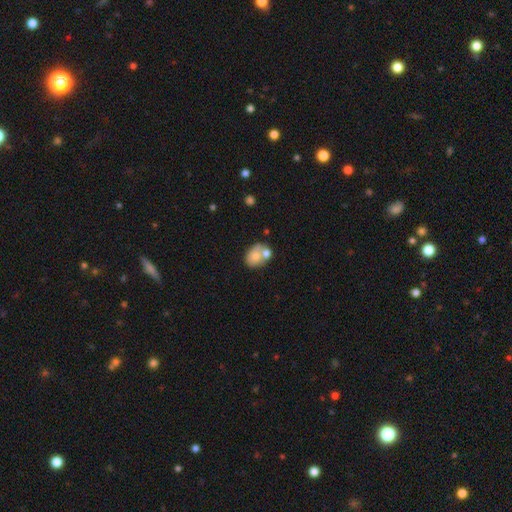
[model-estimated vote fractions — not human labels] Q: Smooth or featured?
A: smooth (68%); runner-up: featured or disk (24%)
Q: How rounded?
A: in between (57%); runner-up: round (42%)
Q: Merging?
A: merger (41%); runner-up: none (38%)